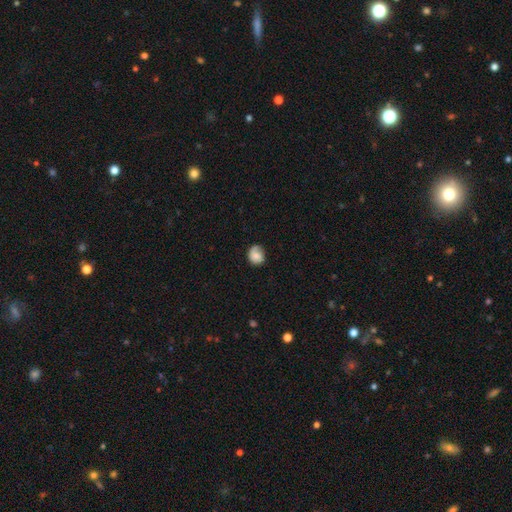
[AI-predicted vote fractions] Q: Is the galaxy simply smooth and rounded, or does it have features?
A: smooth — 71%.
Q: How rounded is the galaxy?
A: round — 70%.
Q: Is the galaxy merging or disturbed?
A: none — 57%.